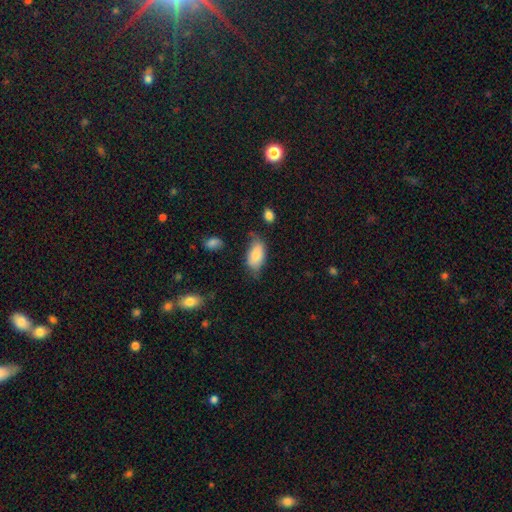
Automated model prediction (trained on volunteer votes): Morphology: type=smooth (78%); roundness=in between (93%); merging=none (53%).